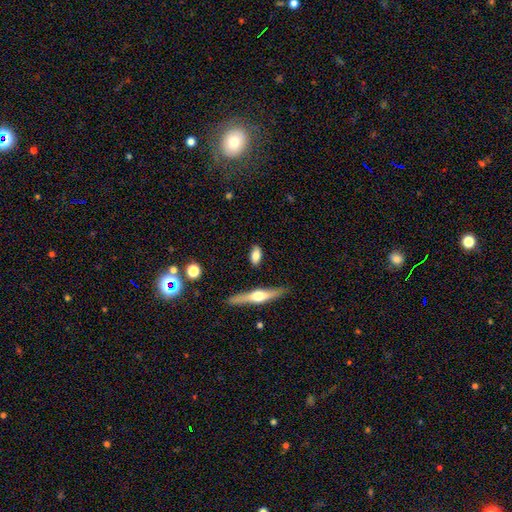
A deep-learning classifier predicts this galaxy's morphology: This is likely a smooth galaxy (73%). How rounded: likely in between (77%). Merging: clearly none (83%).